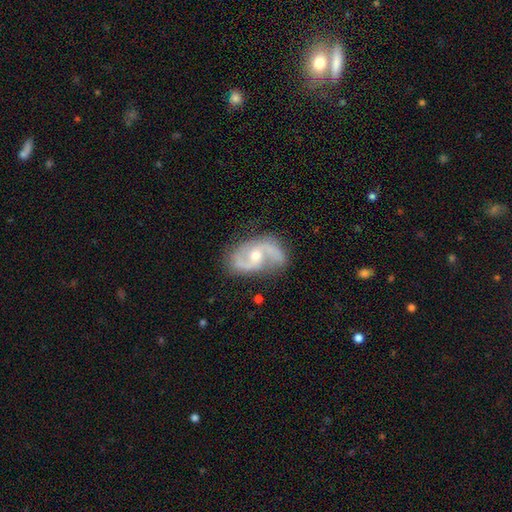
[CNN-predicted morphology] featured or disk 89%, smooth 6%, star or artifact 5%. Down the decision tree: edge-on disk — no (97%); bar — no (49%); spiral arms — yes (97%); spiral arm count — 2 (92%); spiral winding — medium (52%); bulge size — moderate (60%); merging — none (75%).